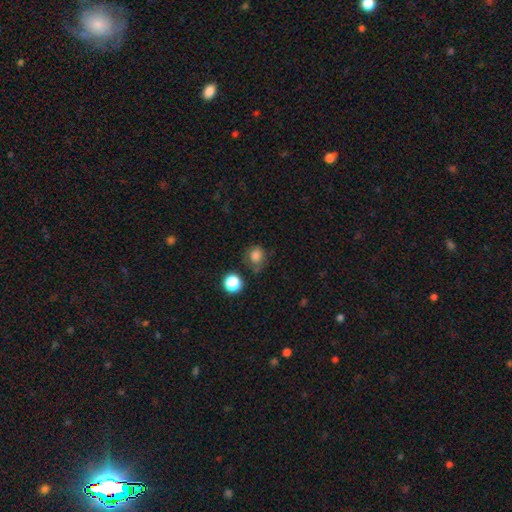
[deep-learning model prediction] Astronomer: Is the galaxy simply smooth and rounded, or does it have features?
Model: smooth — 79%.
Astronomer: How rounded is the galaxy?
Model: round — 79%.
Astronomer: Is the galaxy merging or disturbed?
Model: none — 60%.